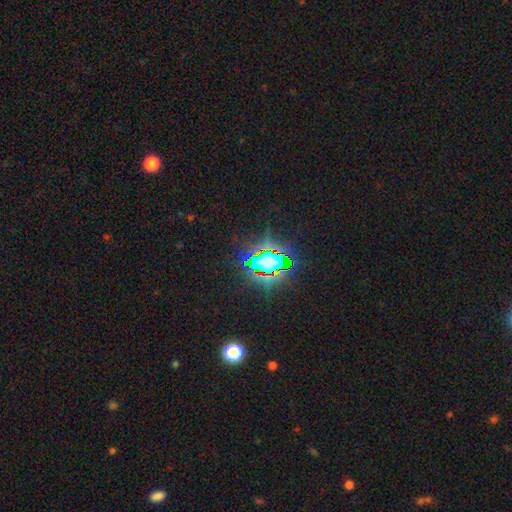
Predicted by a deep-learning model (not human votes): Smooth or featured: star or artifact — 75% (smooth — 15%)